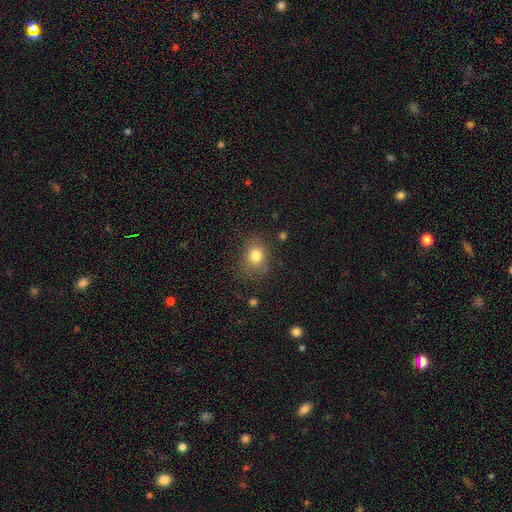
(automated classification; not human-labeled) Smooth or featured?
  - smooth: 80% *
  - star or artifact: 12%
  - featured or disk: 8%
How rounded?
  - round: 65% *
  - in between: 34%
  - cigar-shaped: 1%
Merging?
  - none: 75% *
  - minor disturbance: 17%
  - major disturbance: 6%
  - merger: 2%